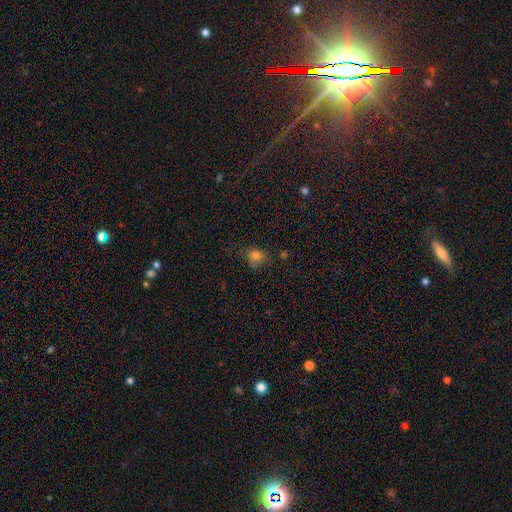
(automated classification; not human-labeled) Smooth or featured?
  - smooth: 76% *
  - star or artifact: 17%
  - featured or disk: 7%
How rounded?
  - round: 58% *
  - in between: 41%
  - cigar-shaped: 1%
Merging?
  - none: 59% *
  - minor disturbance: 27%
  - major disturbance: 11%
  - merger: 4%